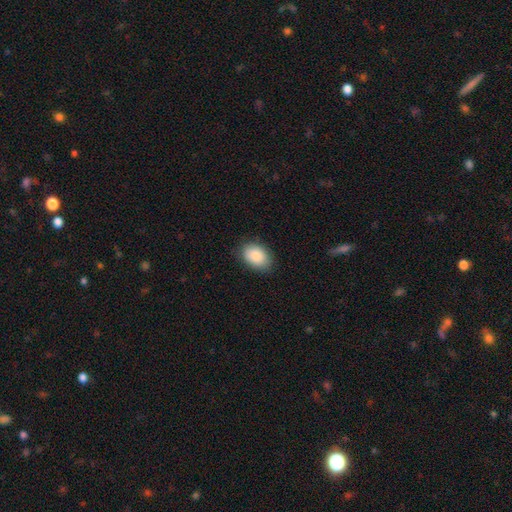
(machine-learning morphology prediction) Smooth or featured?
  - smooth: 87% *
  - star or artifact: 7%
  - featured or disk: 6%
How rounded?
  - in between: 84% *
  - round: 15%
  - cigar-shaped: 1%
Merging?
  - none: 84% *
  - minor disturbance: 13%
  - major disturbance: 3%
  - merger: 1%